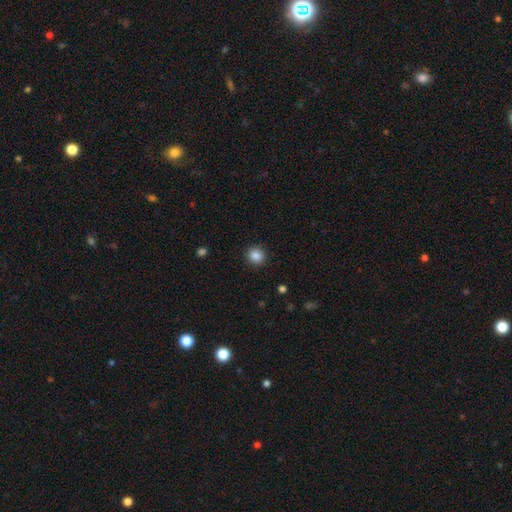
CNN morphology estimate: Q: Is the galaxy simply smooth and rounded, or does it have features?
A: smooth — 87%.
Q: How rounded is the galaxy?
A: round — 87%.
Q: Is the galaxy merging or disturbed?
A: none — 90%.